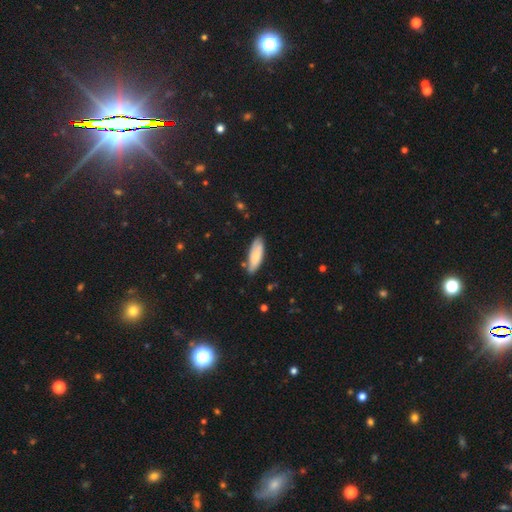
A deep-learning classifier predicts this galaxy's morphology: Smooth or featured: smooth — 76% (featured or disk — 18%)
How rounded: in between — 61% (cigar-shaped — 37%)
Merging: none — 77% (minor disturbance — 17%)